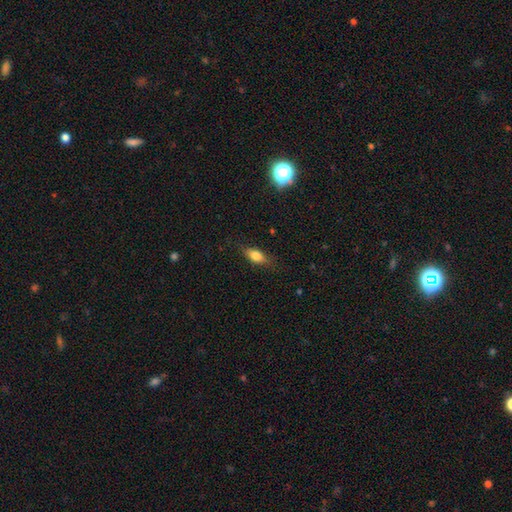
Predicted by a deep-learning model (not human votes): This appears to be a smooth galaxy with no disk features (76%) that is in between round and cigar-shaped (77%). Merging: none (78%).